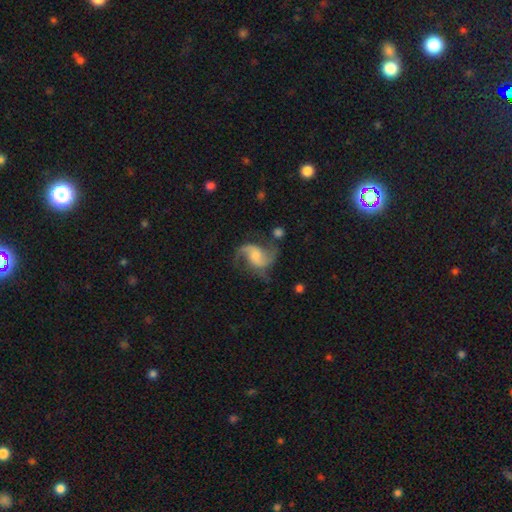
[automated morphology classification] featured or disk 86%, smooth 8%, star or artifact 6%. Down the decision tree: edge-on disk — no (98%); bar — no (54%); spiral arms — yes (97%); spiral arm count — 2 (88%); spiral winding — loose (48%); bulge size — moderate (40%); merging — none (64%).